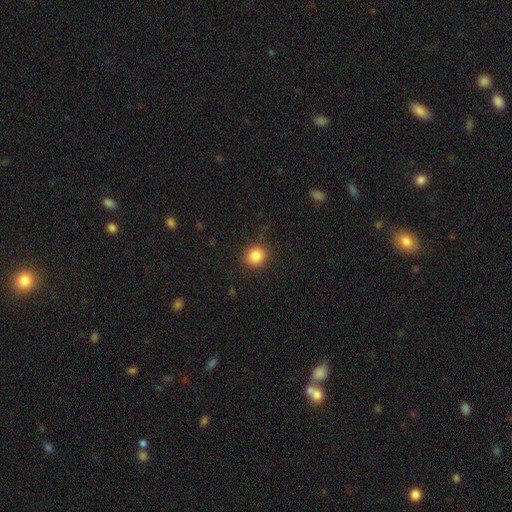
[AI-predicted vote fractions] A smooth galaxy with no disk features (85%) that is round (84%).

Vote fractions:
- Smooth or featured? smooth: 85% / star or artifact: 11% / featured or disk: 5%
- How rounded? round: 84% / in between: 15% / cigar-shaped: 1%
- Merging? none: 87% / minor disturbance: 9% / major disturbance: 3% / merger: 1%